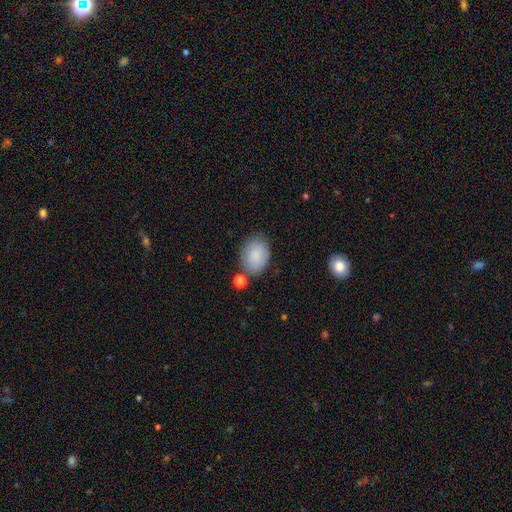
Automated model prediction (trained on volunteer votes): Morphology: type=smooth (85%); roundness=in between (81%); merging=none (72%).